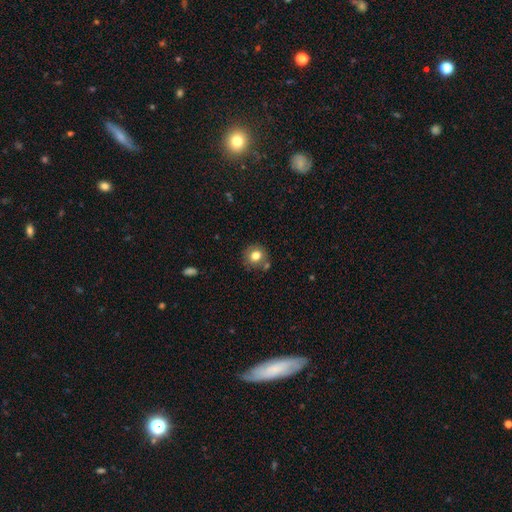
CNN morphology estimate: Smooth or featured? smooth (78%)
How rounded? round (83%)
Merging? none (76%)